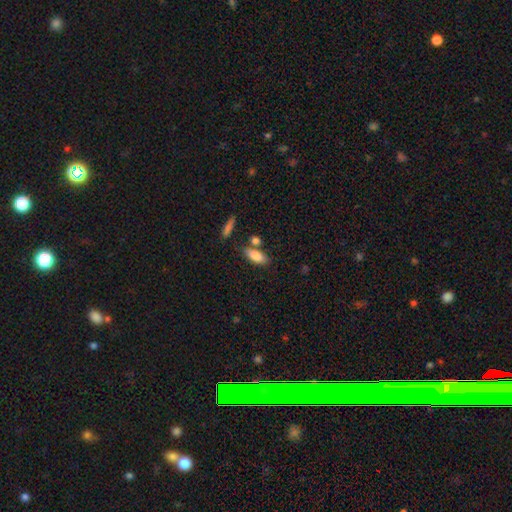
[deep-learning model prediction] Smooth or featured? Predicted: smooth (p=0.82). How rounded? Predicted: in between (p=0.78). Merging? Predicted: none (p=0.67).